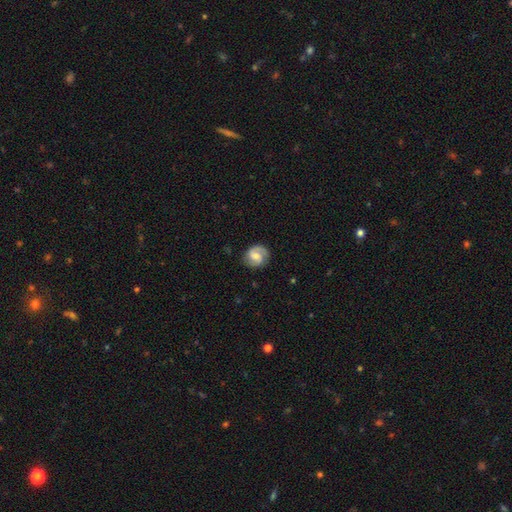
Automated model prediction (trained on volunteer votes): Smooth or featured? featured or disk (73%)
Edge-on disk? no (98%)
Bar? weak (50%)
Spiral arms? yes (95%)
Spiral winding? medium (47%)
Spiral arm count? 2 (86%)
Bulge size? moderate (54%)
Merging? none (80%)